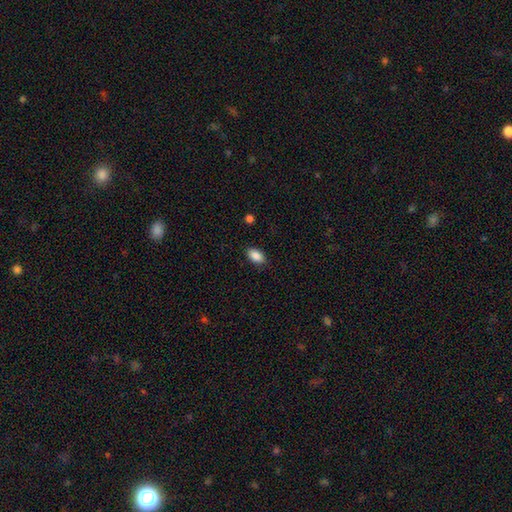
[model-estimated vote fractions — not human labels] This is clearly a smooth galaxy (88%). How rounded: clearly in between (92%). Merging: clearly none (86%).